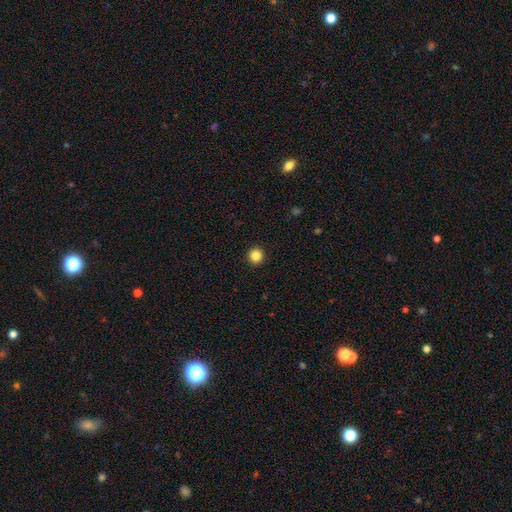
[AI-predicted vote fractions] Morphology: type=smooth (85%); roundness=round (95%); merging=none (93%).